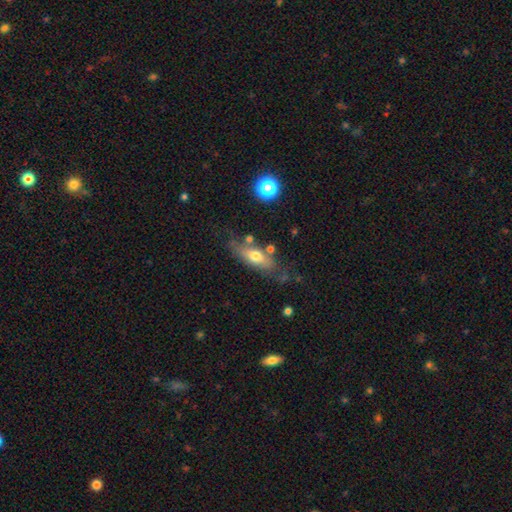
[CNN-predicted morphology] smooth-or-featured: smooth: 58% | featured or disk: 34% | star or artifact: 8%
  how-rounded: in between: 65% | cigar-shaped: 31% | round: 4%
  merging: none: 62% | minor disturbance: 21% | merger: 9% | major disturbance: 8%